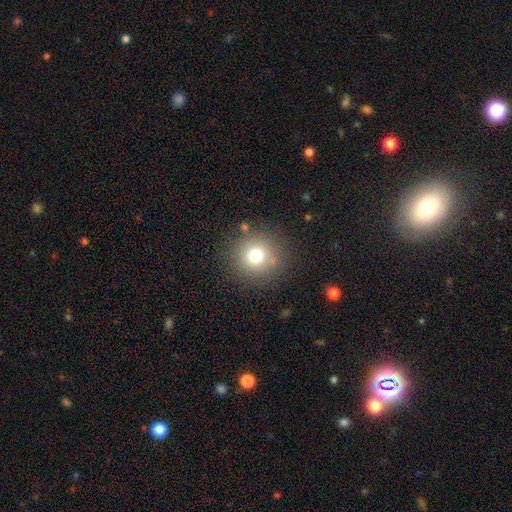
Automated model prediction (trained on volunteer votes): Morphology: type=smooth (74%); roundness=round (94%); merging=none (85%).